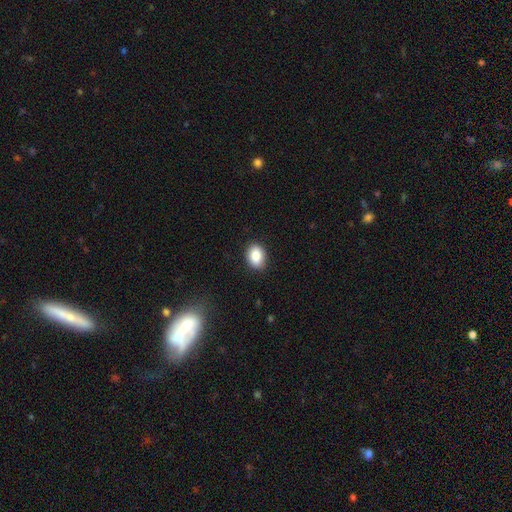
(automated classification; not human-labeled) Smooth or featured?
  - smooth: 86% *
  - star or artifact: 8%
  - featured or disk: 6%
How rounded?
  - in between: 72% *
  - round: 27%
  - cigar-shaped: 1%
Merging?
  - none: 87% *
  - minor disturbance: 10%
  - major disturbance: 2%
  - merger: 1%